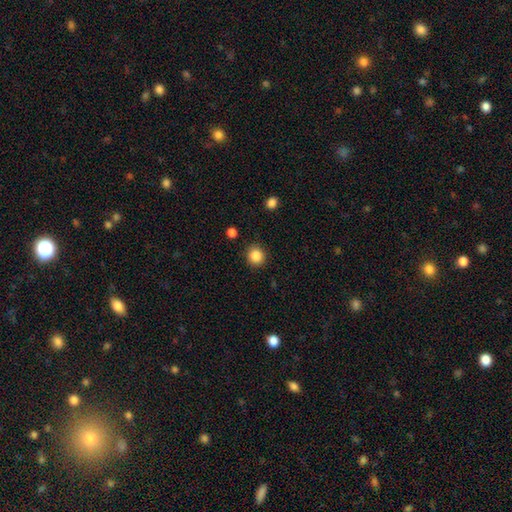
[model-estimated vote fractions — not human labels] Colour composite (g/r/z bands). It shows a smooth galaxy with no disk features (86%) that is round (90%). Merging: none (89%).